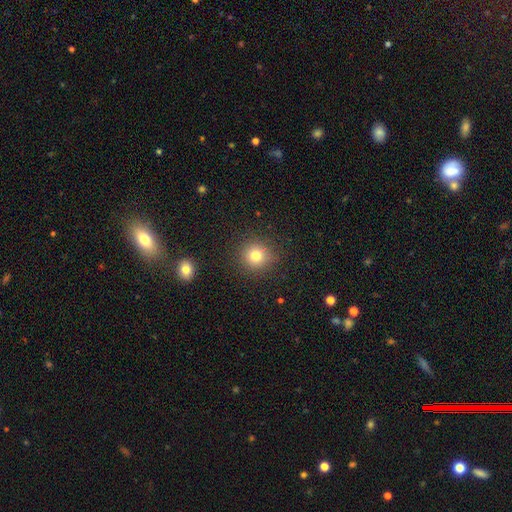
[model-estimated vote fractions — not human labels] Smooth or featured: smooth — 78% (star or artifact — 14%)
How rounded: round — 91% (in between — 8%)
Merging: none — 88% (minor disturbance — 7%)